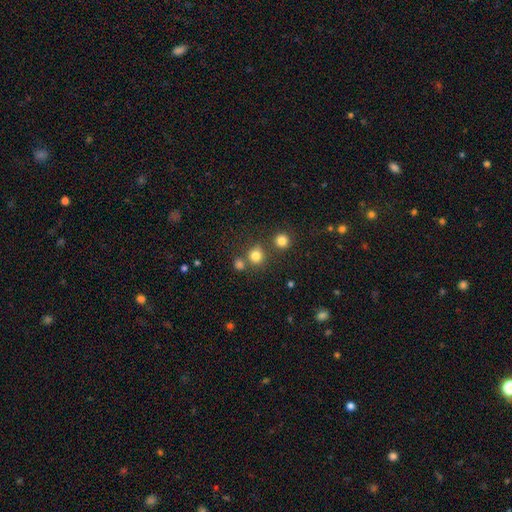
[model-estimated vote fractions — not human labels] Morphology: type=smooth (78%); roundness=round (88%); merging=none (70%).